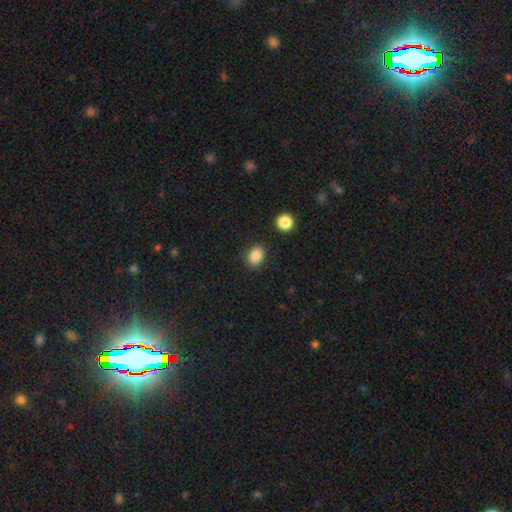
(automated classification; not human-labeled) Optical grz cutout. It shows a smooth galaxy with no disk features (86%) that is in between round and cigar-shaped (67%). Merging: none (85%).